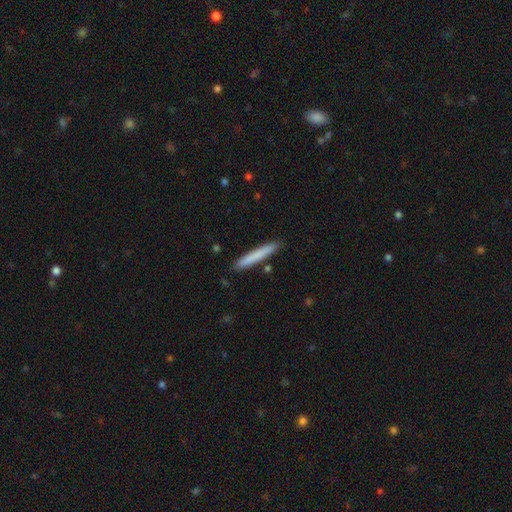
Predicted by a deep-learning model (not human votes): Smooth or featured? smooth (77%)
How rounded? cigar-shaped (96%)
Merging? none (89%)